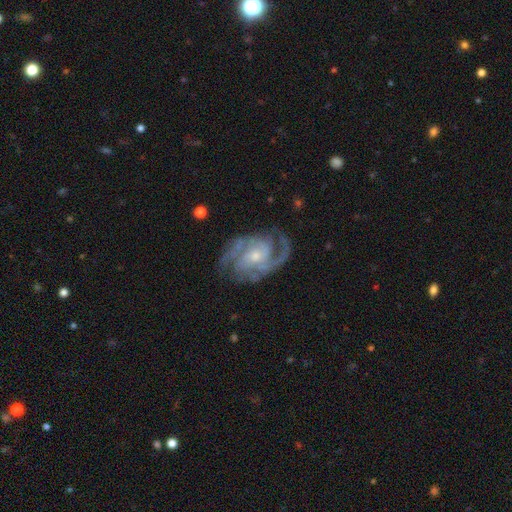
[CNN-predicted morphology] smooth_or_featured: featured or disk (p=0.92) [alt: star or artifact p=0.04]
disk_edge_on: no (p=0.97) [alt: yes p=0.03]
bar: no (p=0.58) [alt: weak p=0.34]
has_spiral_arms: yes (p=0.98) [alt: no p=0.02]
spiral_winding: medium (p=0.48) [alt: tight p=0.42]
spiral_arm_count: 2 (p=0.53) [alt: 3 p=0.24]
bulge_size: small (p=0.56) [alt: moderate p=0.39]
merging: none (p=0.74) [alt: minor disturbance p=0.16]